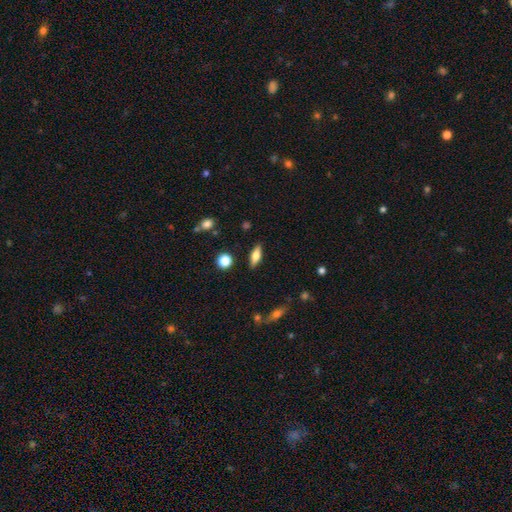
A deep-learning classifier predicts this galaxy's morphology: Smooth or featured? smooth (60%)
How rounded? in between (65%)
Merging? none (86%)